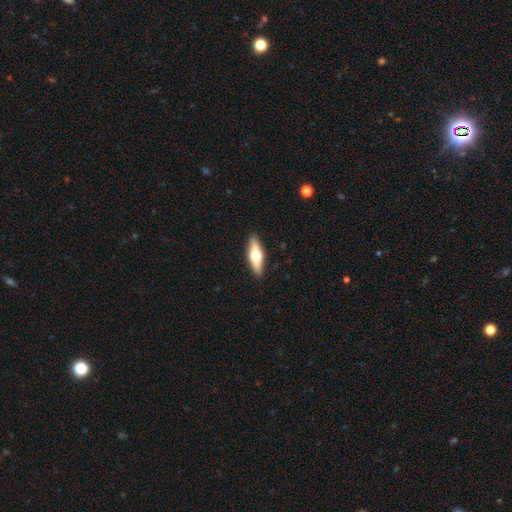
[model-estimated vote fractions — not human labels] A smooth galaxy with no disk features (50%).

Vote fractions:
- Smooth or featured? smooth: 50% / featured or disk: 44% / star or artifact: 6%
- Merging? none: 90% / minor disturbance: 7% / major disturbance: 2% / merger: 1%